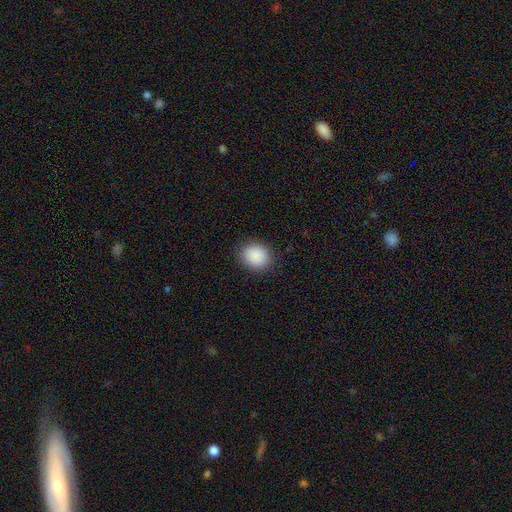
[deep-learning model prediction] Q: Smooth or featured?
A: smooth (89%); runner-up: star or artifact (8%)
Q: How rounded?
A: round (62%); runner-up: in between (37%)
Q: Merging?
A: none (88%); runner-up: minor disturbance (8%)